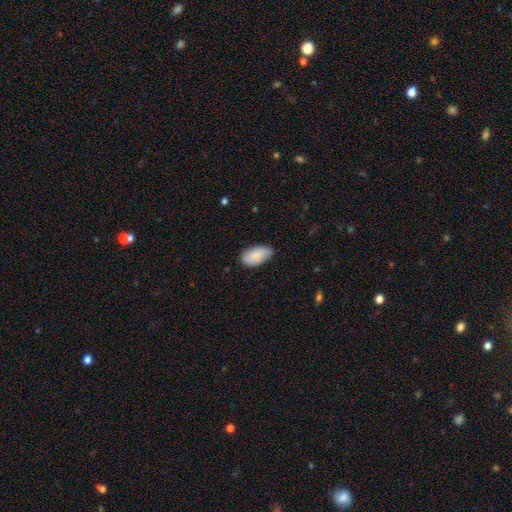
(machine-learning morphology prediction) type=smooth (87%); roundness=in between (95%); merging=none (79%).